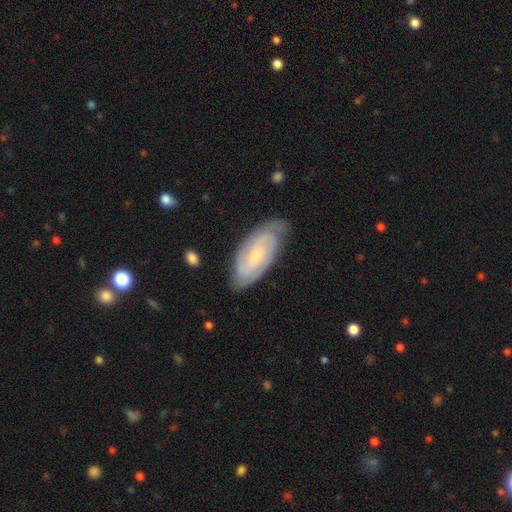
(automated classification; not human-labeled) Smooth or featured? Predicted: featured or disk (p=0.74). Edge-on disk? Predicted: no (p=0.93). Bar? Predicted: no (p=0.55). Spiral arms? Predicted: yes (p=0.94). Spiral winding? Predicted: tight (p=0.64). Spiral arm count? Predicted: 2 (p=0.47). Bulge size? Predicted: small (p=0.64). Merging? Predicted: none (p=0.77).